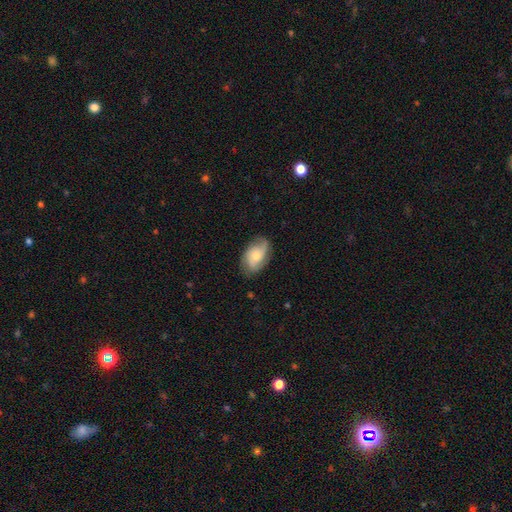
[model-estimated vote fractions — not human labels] smooth_or_featured: featured or disk (p=0.63) [alt: smooth p=0.30]
disk_edge_on: no (p=0.96) [alt: yes p=0.04]
bar: no (p=0.71) [alt: weak p=0.25]
has_spiral_arms: yes (p=0.92) [alt: no p=0.08]
spiral_winding: medium (p=0.44) [alt: loose p=0.29]
spiral_arm_count: 2 (p=0.49) [alt: 3 p=0.23]
bulge_size: moderate (p=0.47) [alt: small p=0.44]
merging: none (p=0.73) [alt: minor disturbance p=0.20]